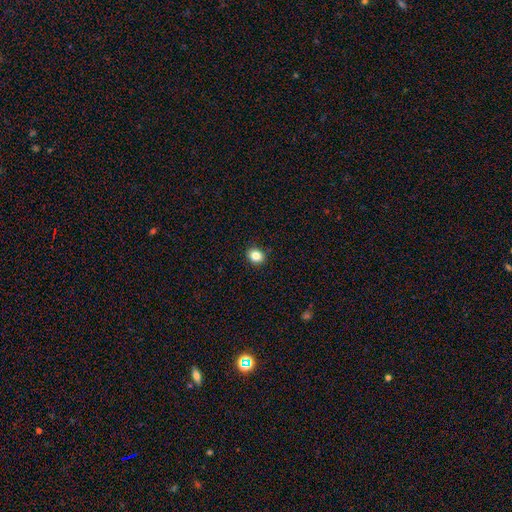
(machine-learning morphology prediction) type=smooth (84%); roundness=round (62%); merging=none (91%).